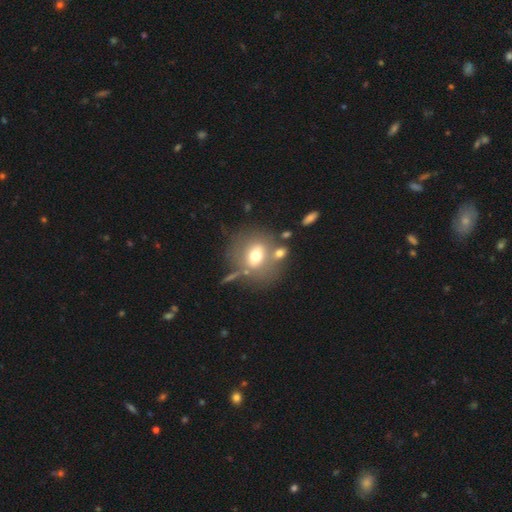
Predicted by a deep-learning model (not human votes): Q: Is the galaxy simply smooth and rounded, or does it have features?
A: smooth — 60%.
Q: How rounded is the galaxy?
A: round — 58%.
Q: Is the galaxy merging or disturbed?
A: none — 61%.